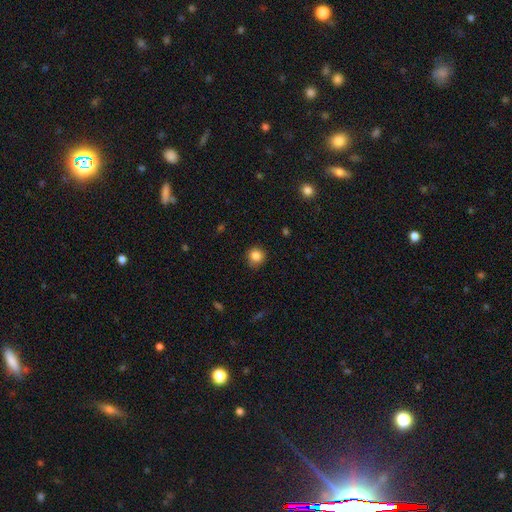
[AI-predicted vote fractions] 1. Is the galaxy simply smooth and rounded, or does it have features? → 85% smooth, 11% star or artifact, 5% featured or disk.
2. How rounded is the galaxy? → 92% round, 7% in between, 1% cigar-shaped.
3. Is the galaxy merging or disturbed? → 88% none, 9% minor disturbance, 2% major disturbance, 1% merger.